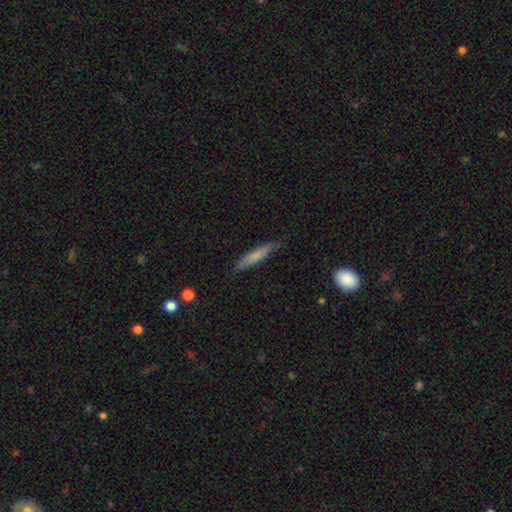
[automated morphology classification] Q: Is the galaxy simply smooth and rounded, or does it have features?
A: smooth — 70%.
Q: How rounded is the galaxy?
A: cigar-shaped — 90%.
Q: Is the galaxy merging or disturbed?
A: none — 84%.